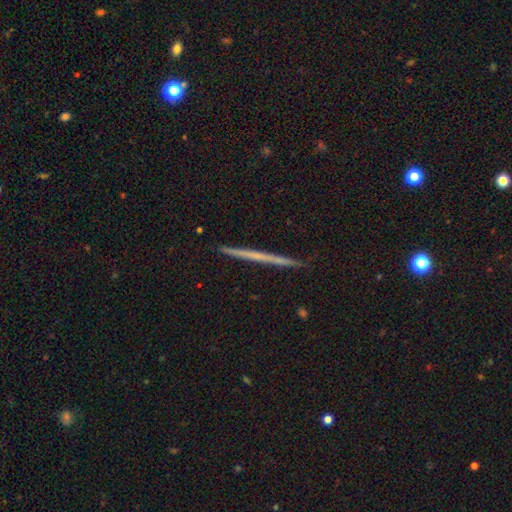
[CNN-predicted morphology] Overall: featured or disk (57%; smooth 38%). Edge-on disk: yes (98%). Edge-on bulge: none (89%). Merging: none (92%).